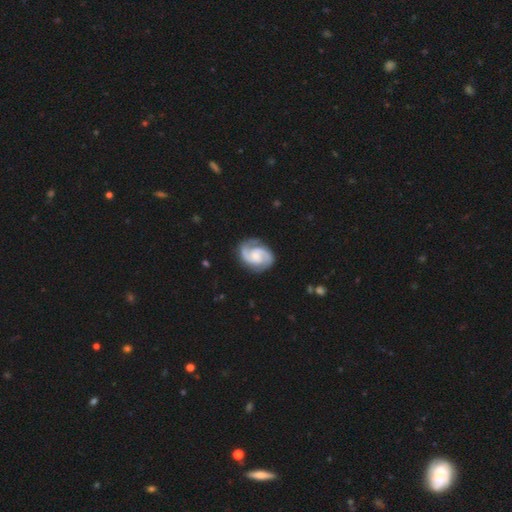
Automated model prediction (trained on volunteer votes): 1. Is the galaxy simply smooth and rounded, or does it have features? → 90% featured or disk, 6% smooth, 4% star or artifact.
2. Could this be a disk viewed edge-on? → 98% no, 2% yes.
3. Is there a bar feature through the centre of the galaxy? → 55% no, 37% weak, 8% strong.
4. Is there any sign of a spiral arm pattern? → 98% yes, 2% no.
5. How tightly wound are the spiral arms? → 50% medium, 39% tight, 11% loose.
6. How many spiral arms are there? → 91% 2, 3% can't tell, 3% 3, 1% 1, 1% 4, 1% more than 4.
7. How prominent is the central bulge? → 50% small, 37% moderate, 8% none, 4% large, 1% dominant.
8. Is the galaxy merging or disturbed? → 80% none, 14% minor disturbance, 5% major disturbance, 1% merger.